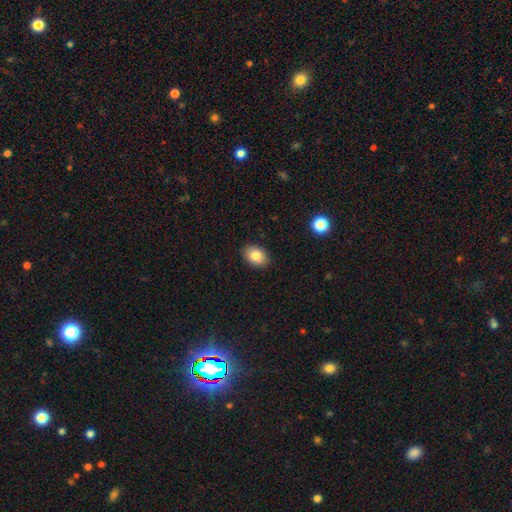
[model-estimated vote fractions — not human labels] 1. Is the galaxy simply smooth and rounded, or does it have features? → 84% smooth, 8% star or artifact, 7% featured or disk.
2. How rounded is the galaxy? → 78% in between, 21% round, 1% cigar-shaped.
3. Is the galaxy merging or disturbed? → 88% none, 9% minor disturbance, 2% major disturbance, 1% merger.